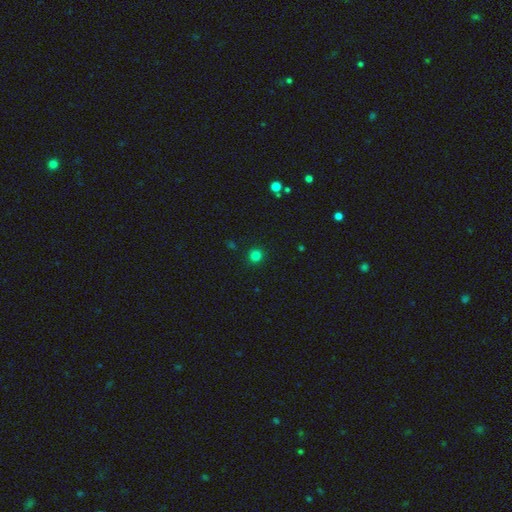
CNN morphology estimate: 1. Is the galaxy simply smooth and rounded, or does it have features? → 81% smooth, 15% star or artifact, 4% featured or disk.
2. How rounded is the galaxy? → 94% round, 5% in between, 1% cigar-shaped.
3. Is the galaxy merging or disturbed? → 92% none, 5% minor disturbance, 2% major disturbance, 1% merger.